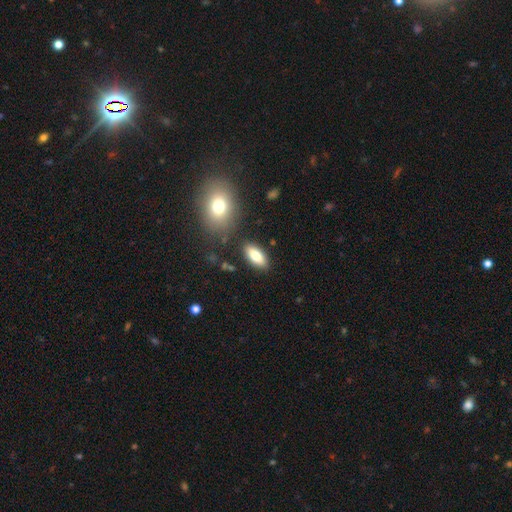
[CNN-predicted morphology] smooth 80%, featured or disk 13%, star or artifact 7%. Down the decision tree: how rounded — in between (84%); merging — none (84%).